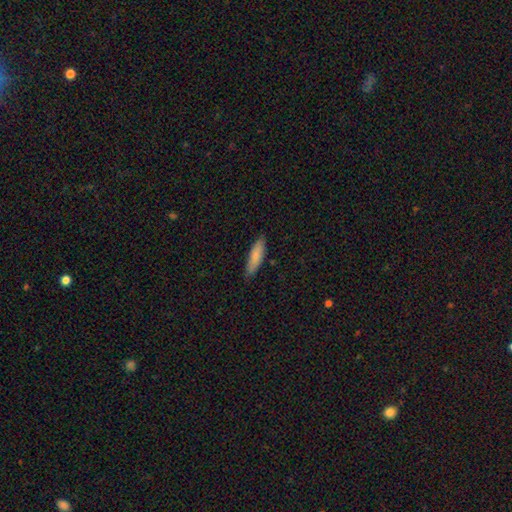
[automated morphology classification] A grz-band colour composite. It shows a smooth galaxy with no disk features (84%) that is cigar-shaped (64%). Merging: none (85%).